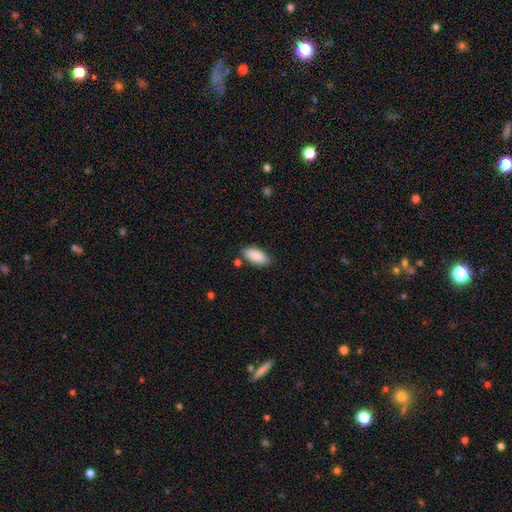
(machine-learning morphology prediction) This appears to be a smooth galaxy with no disk features (88%) that is in between round and cigar-shaped (90%). Merging: none (81%).